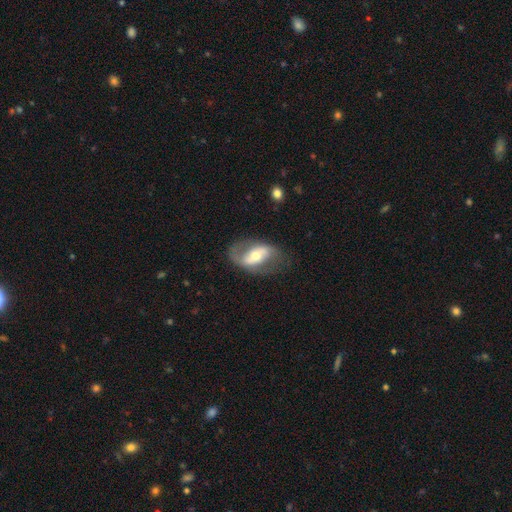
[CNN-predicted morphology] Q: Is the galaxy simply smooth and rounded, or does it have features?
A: featured or disk — 71%.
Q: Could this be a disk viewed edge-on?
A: no — 94%.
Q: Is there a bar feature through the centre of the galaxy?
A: weak — 35%, tied with strong.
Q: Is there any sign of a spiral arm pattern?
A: yes — 77%.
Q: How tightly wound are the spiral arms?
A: loose — 45%.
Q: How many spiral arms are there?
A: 2 — 83%.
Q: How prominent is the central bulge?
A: moderate — 63%.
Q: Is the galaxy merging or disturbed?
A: none — 67%.